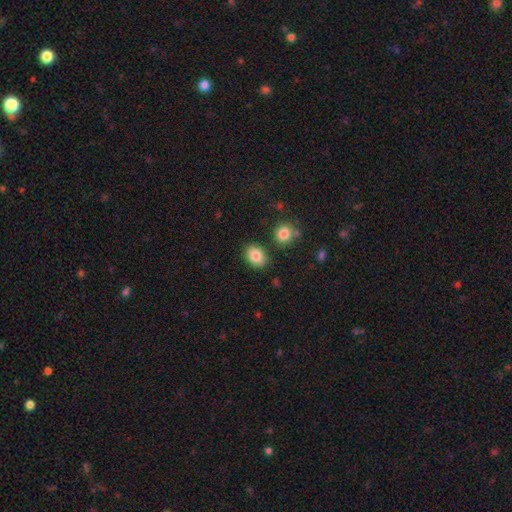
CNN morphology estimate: smooth_or_featured: smooth (p=0.85) [alt: star or artifact p=0.08]
how_rounded: in between (p=0.73) [alt: round p=0.26]
merging: none (p=0.82) [alt: minor disturbance p=0.10]